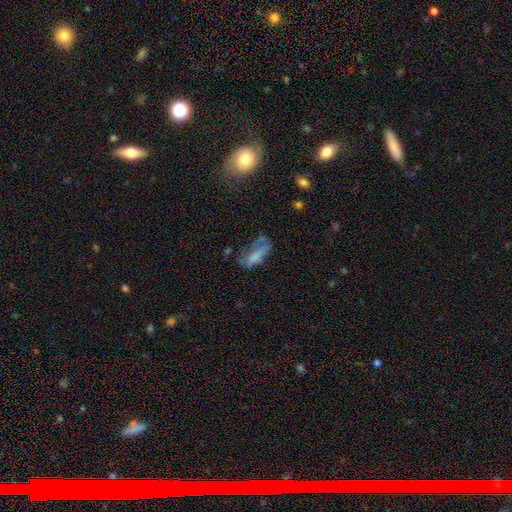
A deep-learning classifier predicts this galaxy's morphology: Smooth or featured? smooth (54%)
How rounded? in between (71%)
Merging? major disturbance (38%)